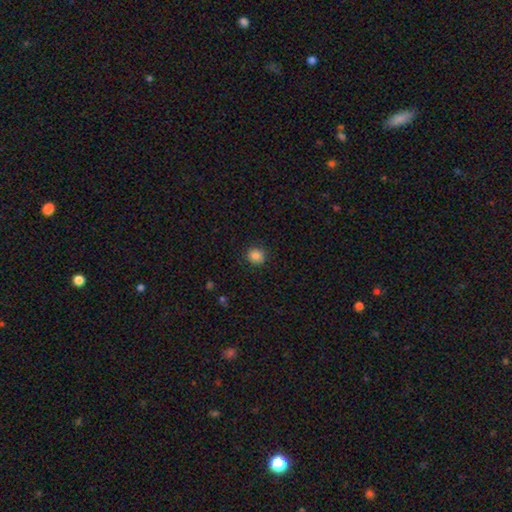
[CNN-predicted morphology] smooth_or_featured: smooth (p=0.86) [alt: star or artifact p=0.10]
how_rounded: round (p=0.87) [alt: in between p=0.12]
merging: none (p=0.90) [alt: minor disturbance p=0.07]